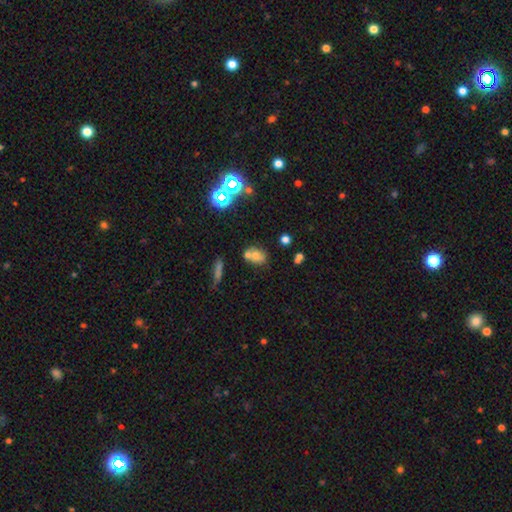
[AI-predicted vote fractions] Smooth or featured? smooth (62%)
How rounded? in between (59%)
Merging? none (45%)